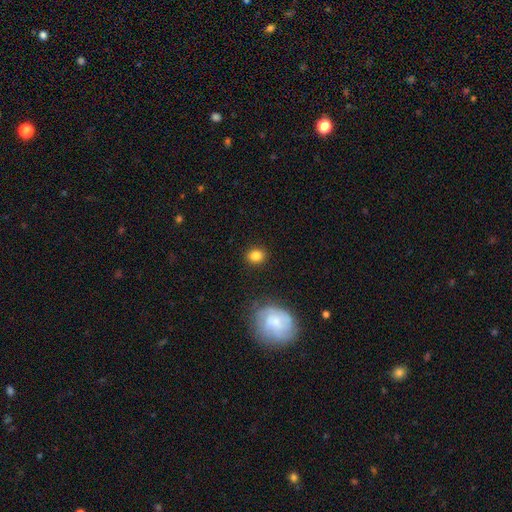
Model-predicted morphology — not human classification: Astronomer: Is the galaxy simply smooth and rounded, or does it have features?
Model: smooth — 84%.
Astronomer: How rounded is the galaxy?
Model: round — 71%.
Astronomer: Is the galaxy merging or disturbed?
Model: none — 88%.